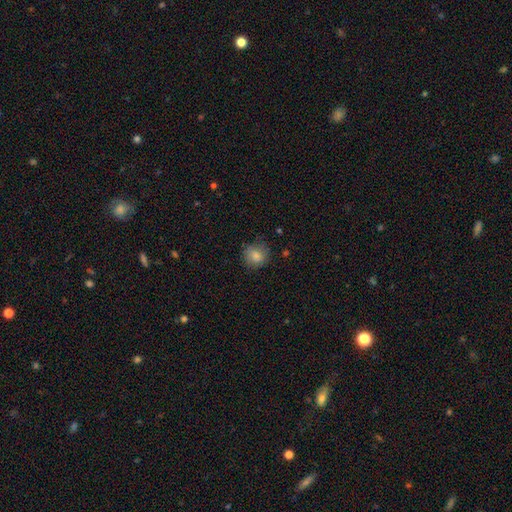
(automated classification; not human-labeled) A smooth galaxy with no disk features (83%) that is round (85%).

Vote fractions:
- Smooth or featured? smooth: 83% / star or artifact: 9% / featured or disk: 8%
- How rounded? round: 85% / in between: 14% / cigar-shaped: 1%
- Merging? none: 79% / minor disturbance: 16% / major disturbance: 4% / merger: 1%